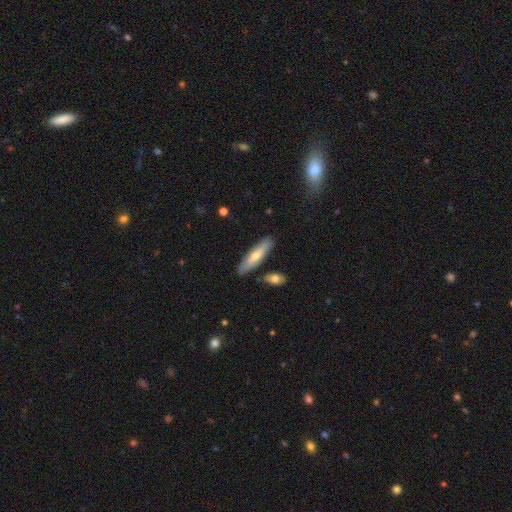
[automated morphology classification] Smooth or featured? smooth (60%)
How rounded? cigar-shaped (66%)
Merging? none (83%)